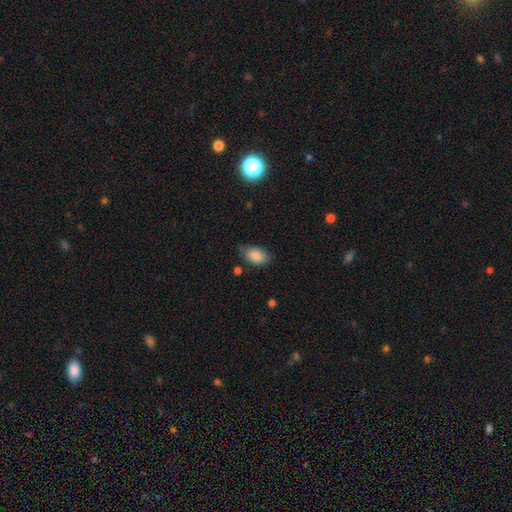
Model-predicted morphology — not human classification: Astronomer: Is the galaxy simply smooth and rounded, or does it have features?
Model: smooth — 86%.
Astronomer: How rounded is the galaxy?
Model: in between — 90%.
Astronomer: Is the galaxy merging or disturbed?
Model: none — 68%.